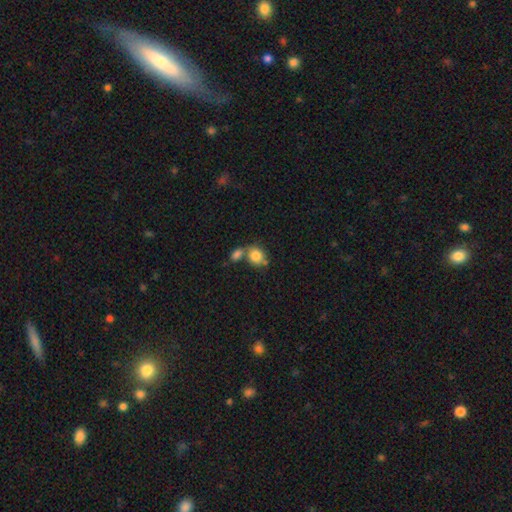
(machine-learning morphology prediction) Smooth or featured: smooth — 83% (star or artifact — 9%)
How rounded: round — 57% (in between — 41%)
Merging: merger — 43% (none — 41%)